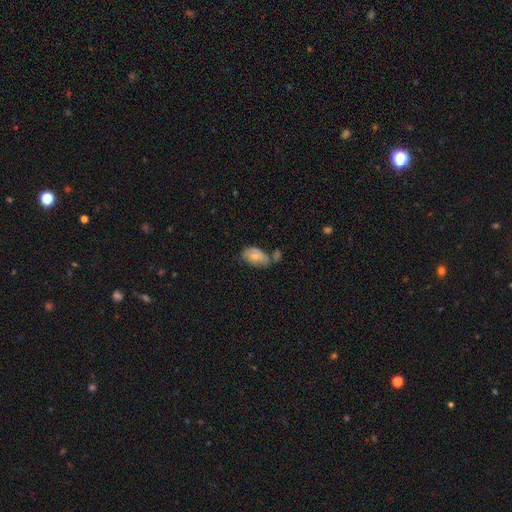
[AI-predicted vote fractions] This appears to be a smooth galaxy with no disk features (53%) that is in between round and cigar-shaped (89%). Merging: none (36%).